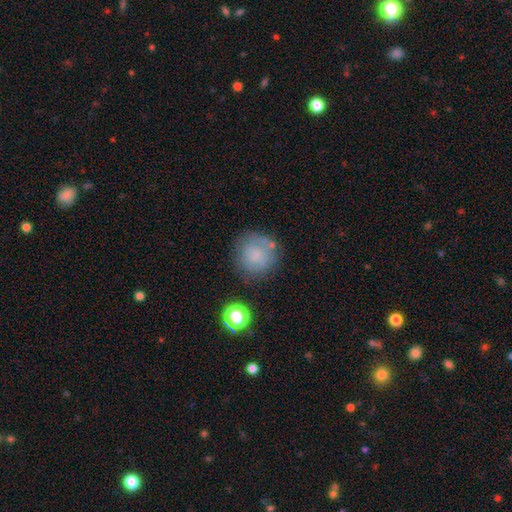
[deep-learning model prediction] Smooth or featured? Predicted: smooth (p=0.70). How rounded? Predicted: round (p=0.92). Merging? Predicted: none (p=0.69).